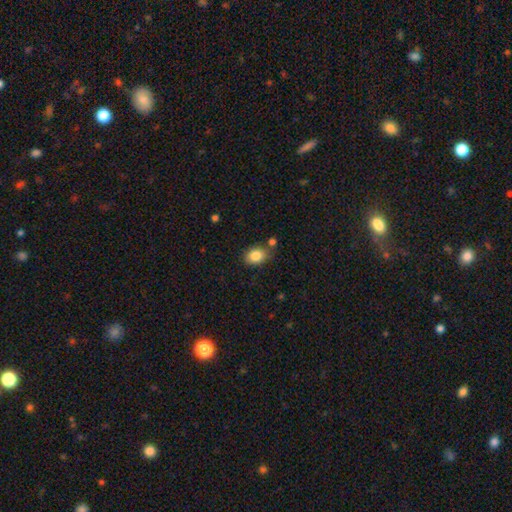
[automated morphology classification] Overall: smooth (85%). How rounded: in between (70%). Merging: none (74%).